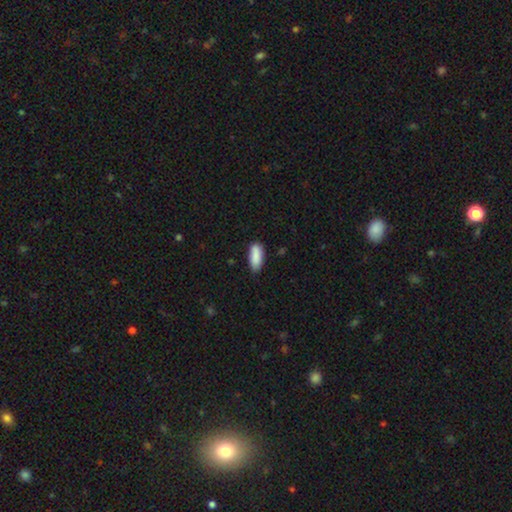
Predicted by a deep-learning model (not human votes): Smooth or featured? Predicted: smooth (p=0.89). How rounded? Predicted: in between (p=0.81). Merging? Predicted: none (p=0.79).